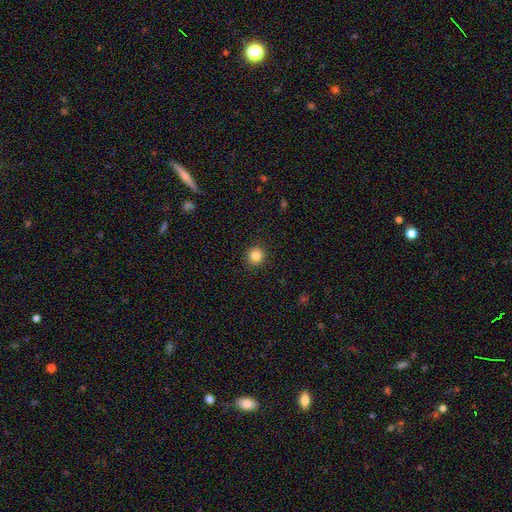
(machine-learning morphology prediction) This appears to be a smooth galaxy with no disk features (84%) that is round (93%). Merging: none (92%).